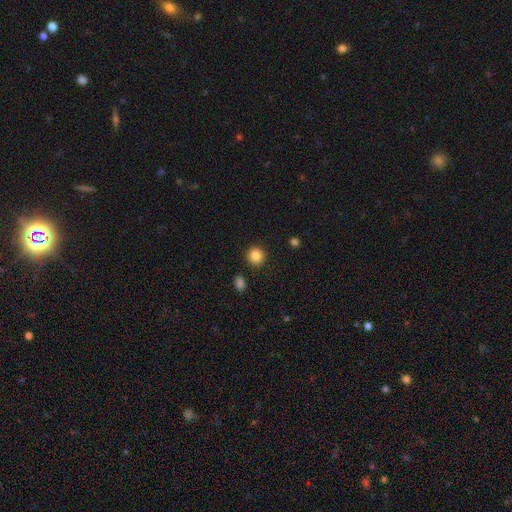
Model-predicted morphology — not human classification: A smooth galaxy with no disk features (86%) that is round (93%).

Vote fractions:
- Smooth or featured? smooth: 86% / star or artifact: 10% / featured or disk: 4%
- How rounded? round: 93% / in between: 6% / cigar-shaped: 1%
- Merging? none: 90% / minor disturbance: 5% / merger: 2% / major disturbance: 2%